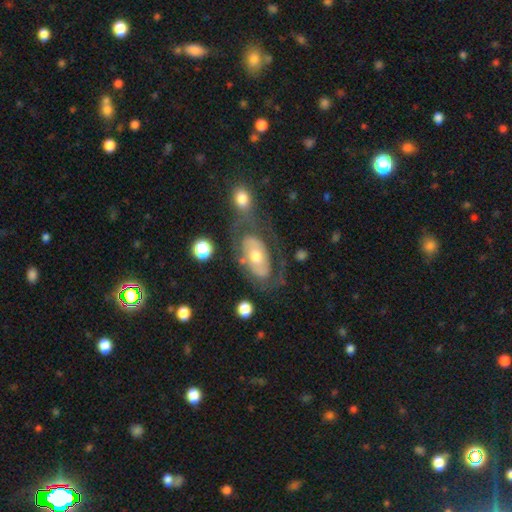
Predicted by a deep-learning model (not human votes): A featured or disk galaxy (67%) with no bar (79%), spiral arms (56%) and a moderate central bulge (67%). Merging: none (48%).